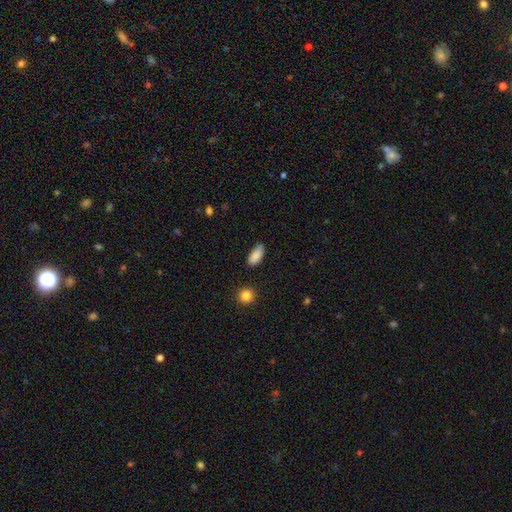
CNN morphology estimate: smooth-or-featured: smooth: 88% | star or artifact: 7% | featured or disk: 5%
  how-rounded: in between: 87% | cigar-shaped: 10% | round: 3%
  merging: none: 80% | minor disturbance: 16% | major disturbance: 3% | merger: 2%